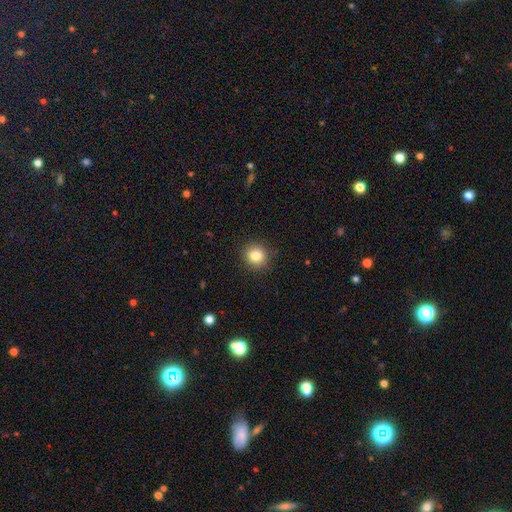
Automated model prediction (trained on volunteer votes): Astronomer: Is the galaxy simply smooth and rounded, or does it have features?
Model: smooth — 84%.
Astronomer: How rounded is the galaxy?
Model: round — 88%.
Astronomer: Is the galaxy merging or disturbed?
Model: none — 89%.